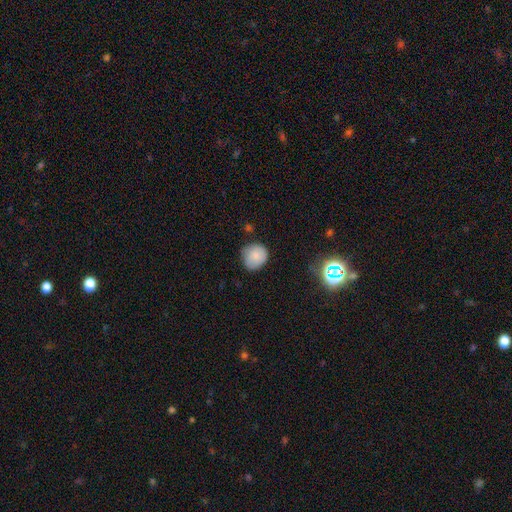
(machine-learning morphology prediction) type=smooth (82%); roundness=round (79%); merging=none (66%).